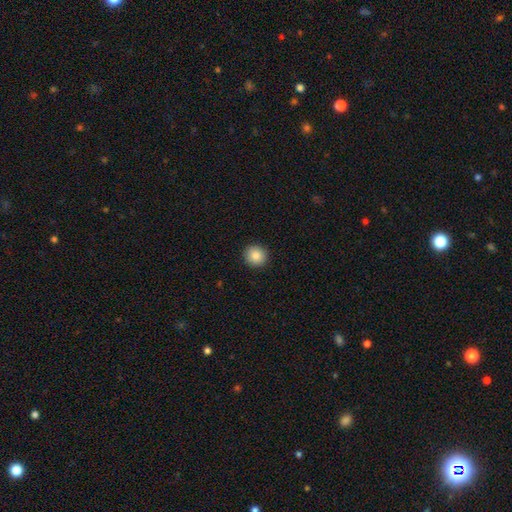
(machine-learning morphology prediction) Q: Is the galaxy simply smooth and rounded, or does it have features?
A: smooth — 87%.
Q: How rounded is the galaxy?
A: round — 91%.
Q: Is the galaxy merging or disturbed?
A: none — 92%.